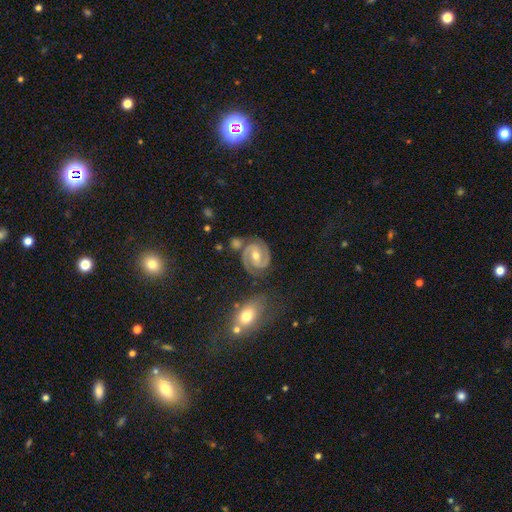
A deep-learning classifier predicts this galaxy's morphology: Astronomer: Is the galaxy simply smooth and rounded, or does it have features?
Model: featured or disk — 86%.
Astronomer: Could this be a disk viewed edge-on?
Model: no — 98%.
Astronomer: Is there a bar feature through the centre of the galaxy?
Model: weak — 43% (runner-up: no, 35%).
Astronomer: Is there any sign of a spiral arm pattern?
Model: yes — 97%.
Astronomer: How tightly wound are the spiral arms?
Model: tight — 53% (runner-up: medium, 41%).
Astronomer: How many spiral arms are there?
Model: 2 — 91%.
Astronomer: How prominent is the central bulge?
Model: moderate — 66%.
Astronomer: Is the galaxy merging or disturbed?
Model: none — 75%.